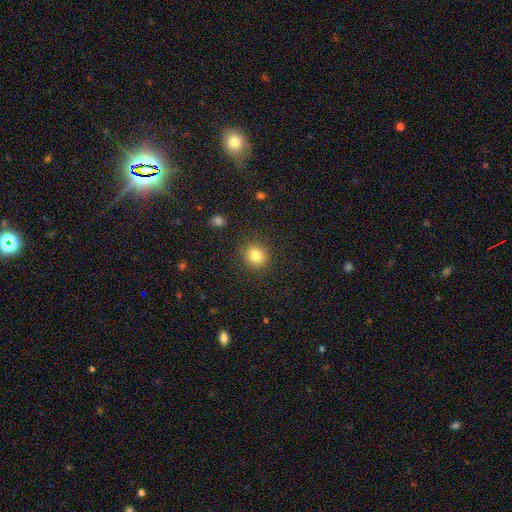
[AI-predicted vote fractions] A smooth galaxy with no disk features (82%) that is round (85%). Merging: none (88%).